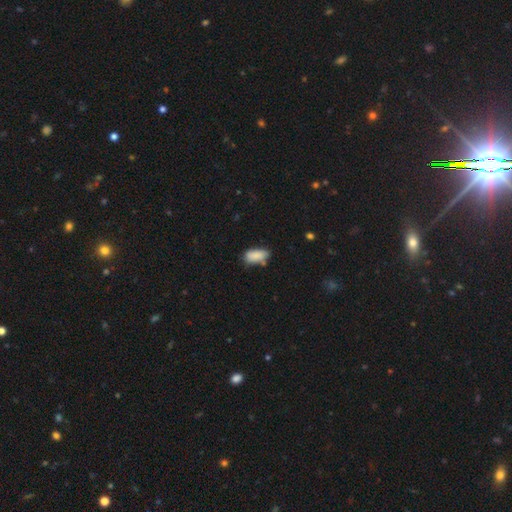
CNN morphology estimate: A smooth galaxy with no disk features (85%) that is in between round and cigar-shaped (88%). Merging: none (58%).